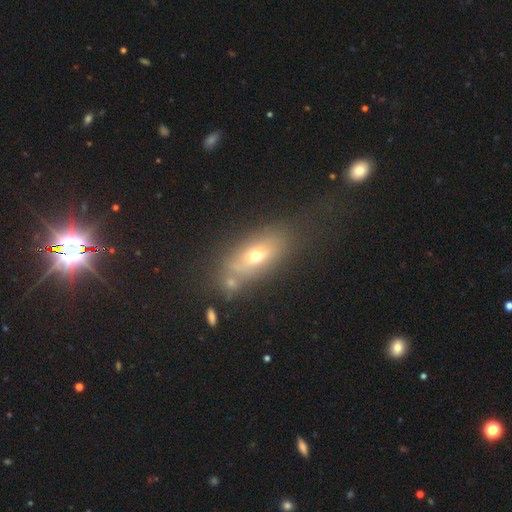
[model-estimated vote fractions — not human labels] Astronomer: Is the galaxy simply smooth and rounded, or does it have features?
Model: smooth — 57%.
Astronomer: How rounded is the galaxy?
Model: in between — 73%.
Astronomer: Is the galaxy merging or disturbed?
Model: none — 60%.